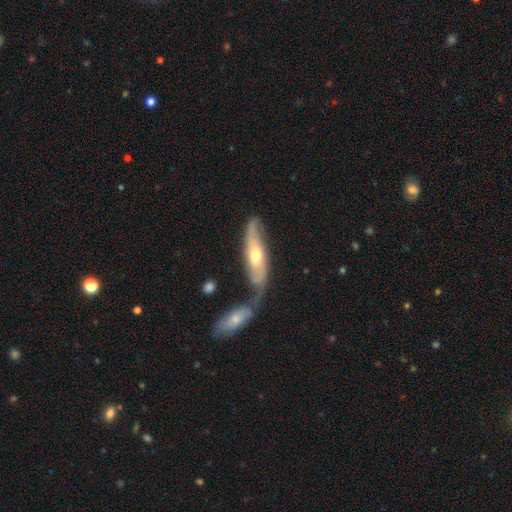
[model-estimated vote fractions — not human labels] Smooth or featured: featured or disk — 56% (smooth — 39%)
Edge-on disk: no — 59% (yes — 41%)
Merging: none — 39% (merger — 37%)